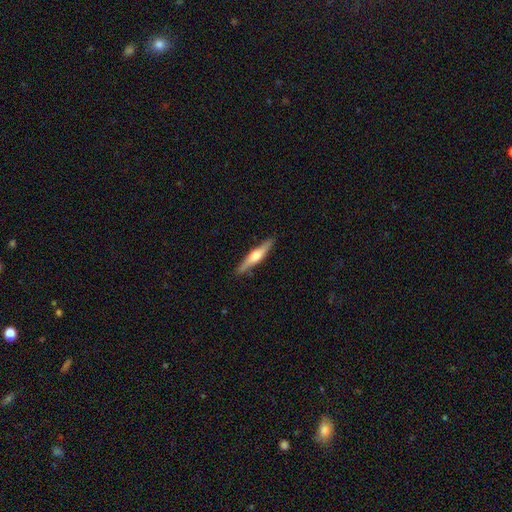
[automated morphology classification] Overall: featured or disk (57%; smooth 38%). Edge-on disk: yes (96%). Edge-on bulge: rounded (90%). Merging: none (89%).